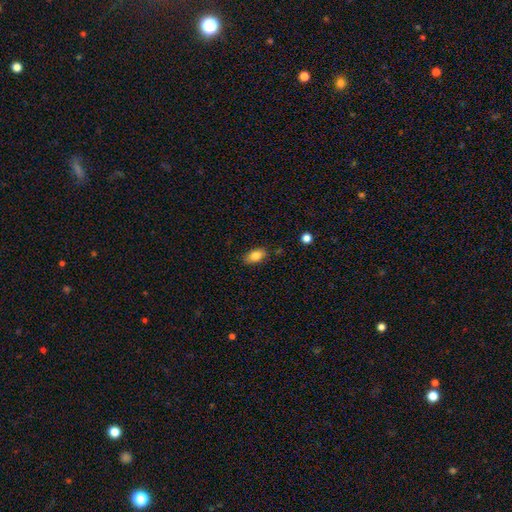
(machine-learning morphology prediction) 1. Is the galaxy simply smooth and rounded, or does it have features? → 82% smooth, 10% featured or disk, 8% star or artifact.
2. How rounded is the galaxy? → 89% in between, 6% round, 4% cigar-shaped.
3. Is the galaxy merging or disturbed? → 82% none, 14% minor disturbance, 3% major disturbance, 2% merger.